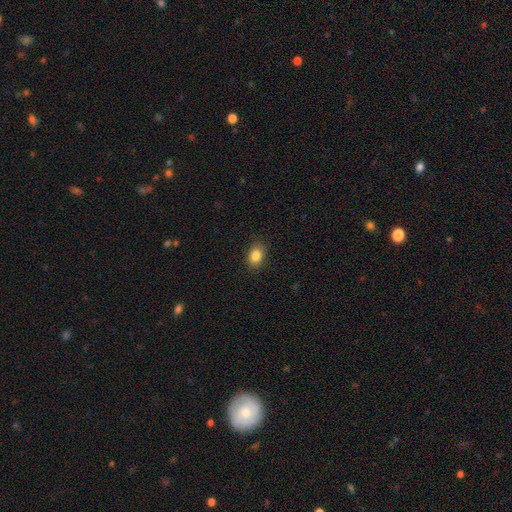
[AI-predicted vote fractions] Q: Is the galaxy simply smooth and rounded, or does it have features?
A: smooth — 86%.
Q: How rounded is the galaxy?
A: in between — 77%.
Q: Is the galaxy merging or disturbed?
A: none — 87%.